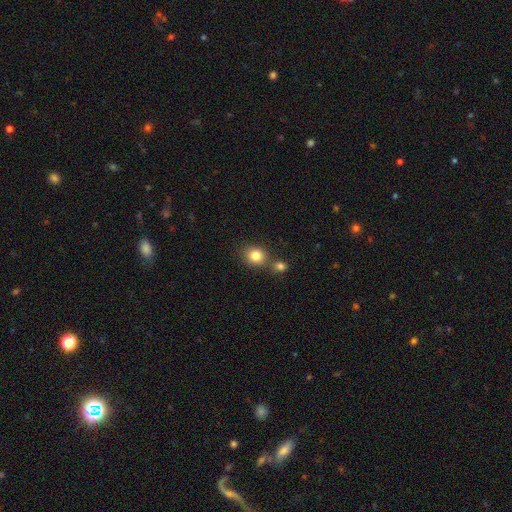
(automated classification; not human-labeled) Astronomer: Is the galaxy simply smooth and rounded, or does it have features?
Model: smooth — 82%.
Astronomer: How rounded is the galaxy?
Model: round — 74%.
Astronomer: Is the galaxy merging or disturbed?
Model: none — 63%.